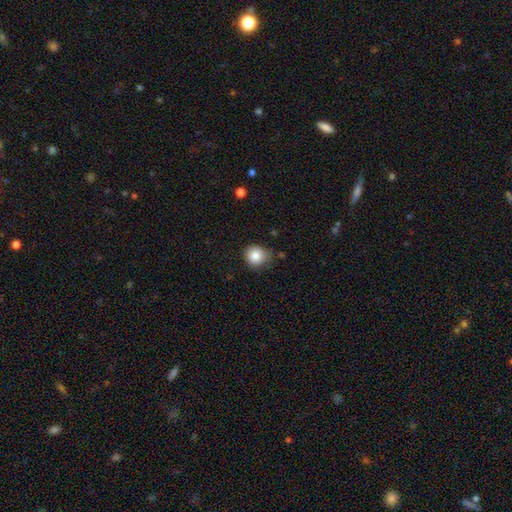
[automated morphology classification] The model was most divided on "merging": none: 71%, minor disturbance: 22%, major disturbance: 4%, merger: 2%. More confident: how rounded — round (89%); smooth or featured — smooth (85%).